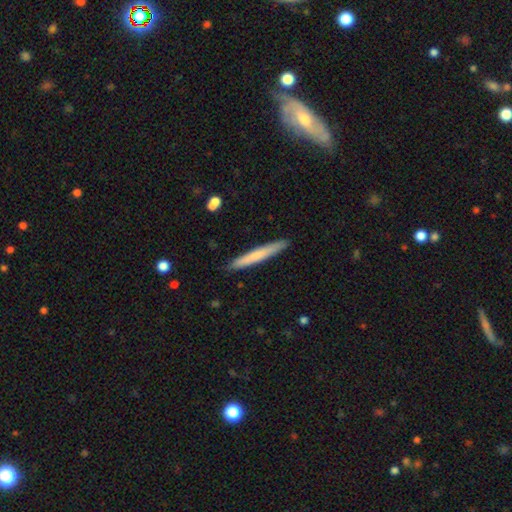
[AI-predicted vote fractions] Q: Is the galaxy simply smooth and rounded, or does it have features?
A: smooth — 69%.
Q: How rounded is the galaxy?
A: cigar-shaped — 96%.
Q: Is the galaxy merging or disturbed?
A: none — 91%.